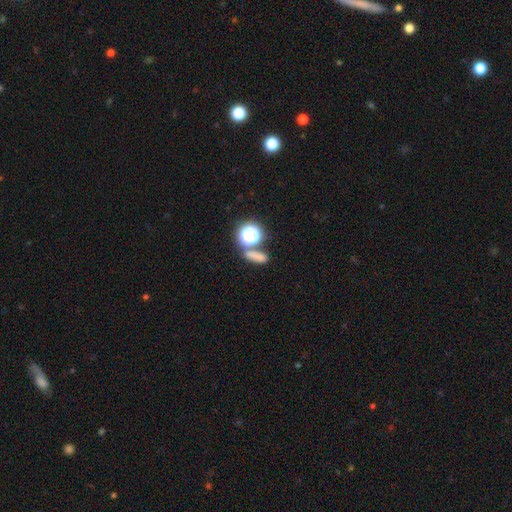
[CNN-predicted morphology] smooth_or_featured: smooth (p=0.65) [alt: star or artifact p=0.25]
how_rounded: in between (p=0.41) [alt: round p=0.34]
merging: none (p=0.65) [alt: merger p=0.20]